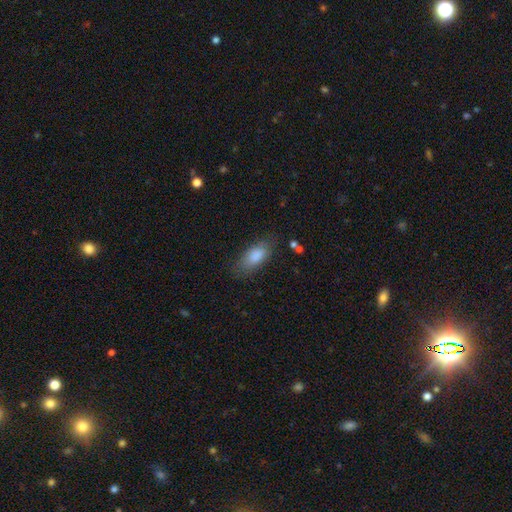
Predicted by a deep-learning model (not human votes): Morphology: type=smooth (85%); roundness=in between (87%); merging=none (73%).